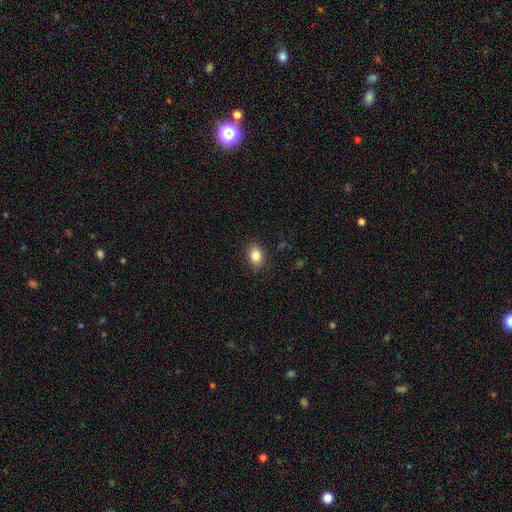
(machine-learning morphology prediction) smooth-or-featured: smooth: 84% | star or artifact: 9% | featured or disk: 6%
  how-rounded: in between: 69% | round: 30% | cigar-shaped: 1%
  merging: none: 88% | minor disturbance: 9% | major disturbance: 2% | merger: 1%